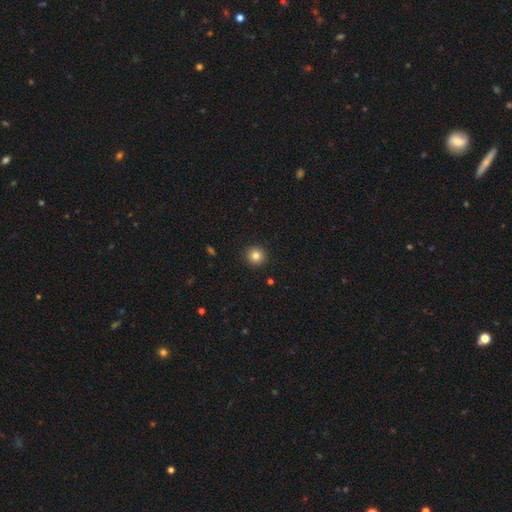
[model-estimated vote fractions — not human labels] smooth-or-featured: smooth: 82% | star or artifact: 11% | featured or disk: 6%
  how-rounded: round: 94% | in between: 5% | cigar-shaped: 1%
  merging: none: 93% | minor disturbance: 5% | major disturbance: 2% | merger: 1%